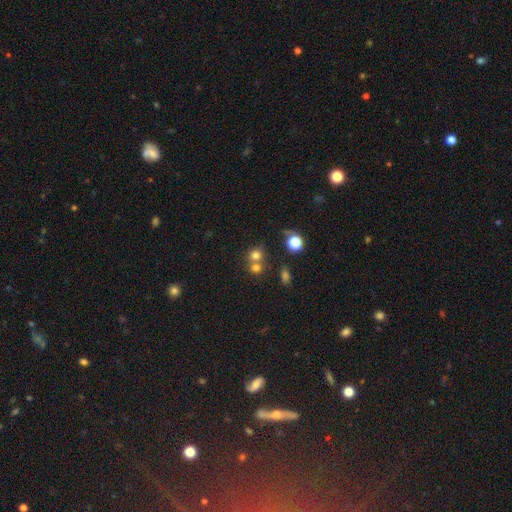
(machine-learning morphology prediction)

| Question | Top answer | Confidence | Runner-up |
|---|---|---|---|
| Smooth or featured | smooth | 73% | star or artifact (16%) |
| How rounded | round | 81% | in between (18%) |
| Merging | merger | 46% | none (43%) |